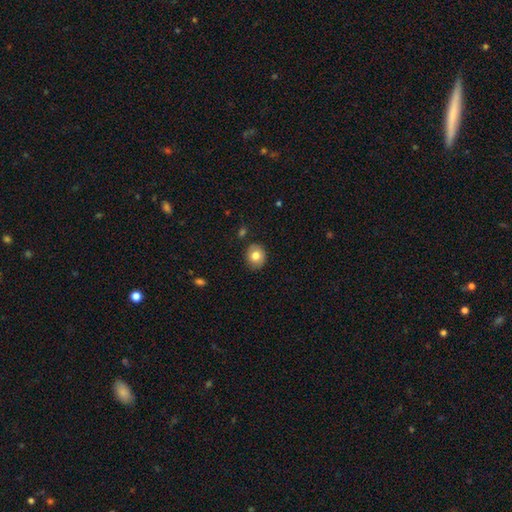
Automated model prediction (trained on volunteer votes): Smooth or featured: smooth — 80% (featured or disk — 11%)
How rounded: round — 74% (in between — 25%)
Merging: none — 85% (minor disturbance — 11%)